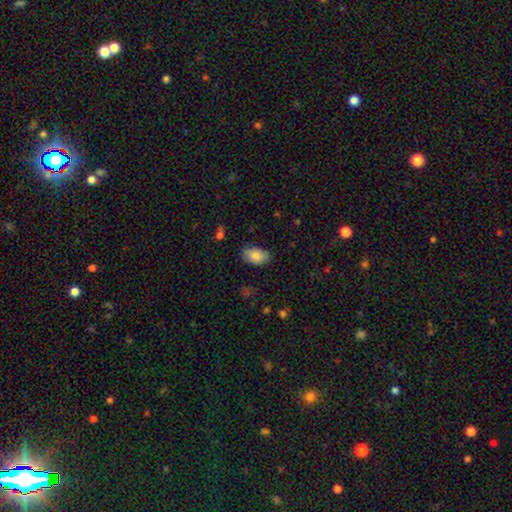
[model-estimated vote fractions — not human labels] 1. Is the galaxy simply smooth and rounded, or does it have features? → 87% smooth, 7% star or artifact, 6% featured or disk.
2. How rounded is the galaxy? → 91% in between, 7% round, 1% cigar-shaped.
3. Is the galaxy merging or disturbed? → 80% none, 15% minor disturbance, 3% major disturbance, 1% merger.